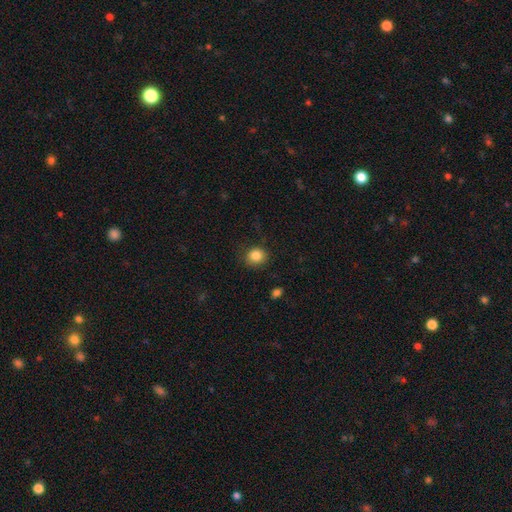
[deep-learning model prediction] Smooth or featured?
  - smooth: 85% *
  - star or artifact: 10%
  - featured or disk: 5%
How rounded?
  - round: 81% *
  - in between: 18%
  - cigar-shaped: 1%
Merging?
  - none: 83% *
  - minor disturbance: 12%
  - major disturbance: 3%
  - merger: 1%